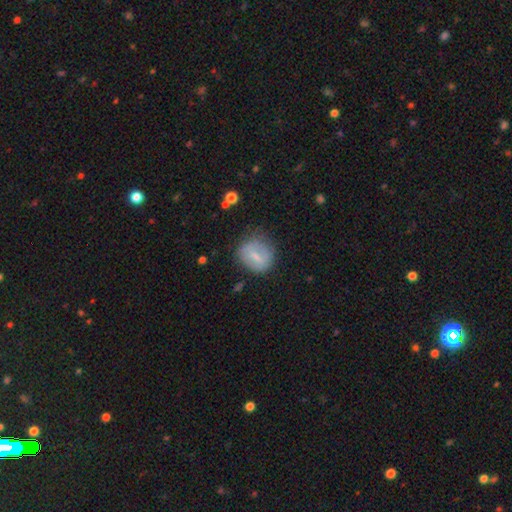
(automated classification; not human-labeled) A smooth galaxy with no disk features (56%) that is round (65%). Merging: none (66%).